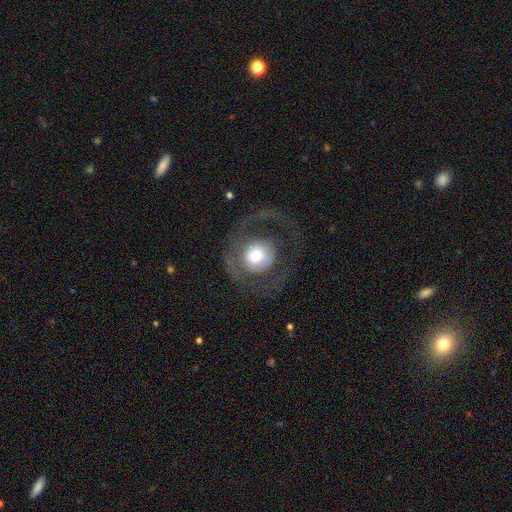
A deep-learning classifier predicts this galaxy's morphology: type=featured or disk (53%); edge-on=no (96%); bar=no (78%); spiral arms=yes (59%); bulge=moderate (50%); merging=none (44%).